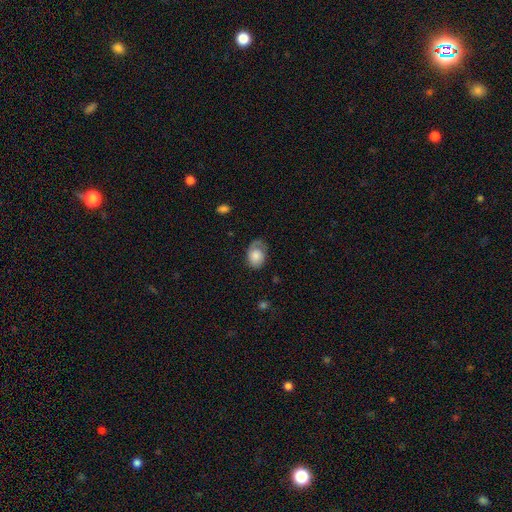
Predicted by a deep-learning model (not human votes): This appears to be a smooth galaxy with no disk features (66%) that is in between round and cigar-shaped (74%). Merging: none (48%).